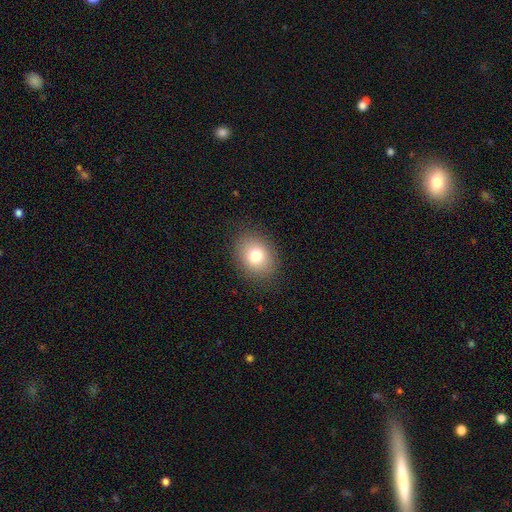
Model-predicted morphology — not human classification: A smooth galaxy with no disk features (78%) that is round (50%).

Vote fractions:
- Smooth or featured? smooth: 78% / star or artifact: 11% / featured or disk: 11%
- How rounded? round: 50% / in between: 49% / cigar-shaped: 1%
- Merging? none: 87% / minor disturbance: 9% / major disturbance: 3% / merger: 1%